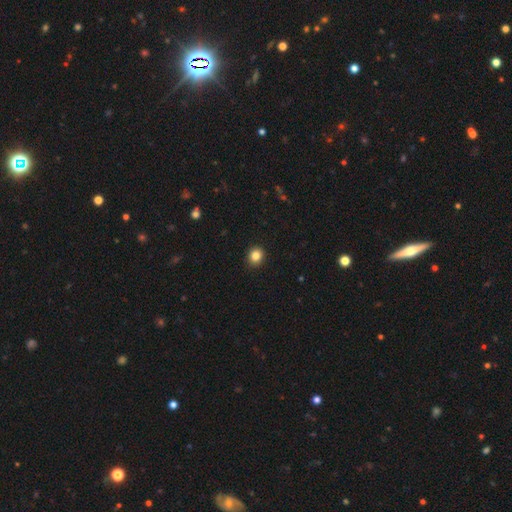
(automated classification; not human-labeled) This is clearly a smooth galaxy (85%). How rounded: likely round (78%). Merging: clearly none (92%).